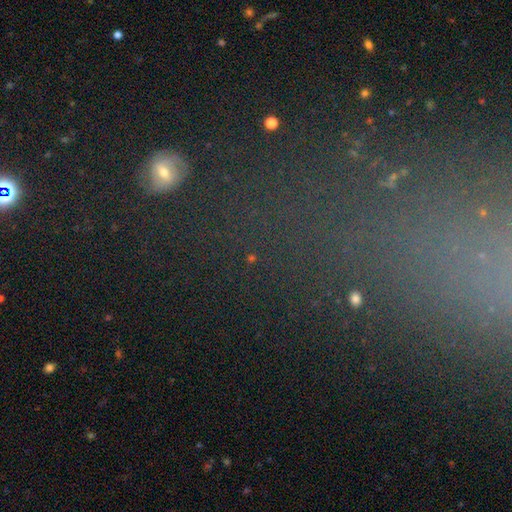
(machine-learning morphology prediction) Overall: star or artifact (53%; smooth 32%).